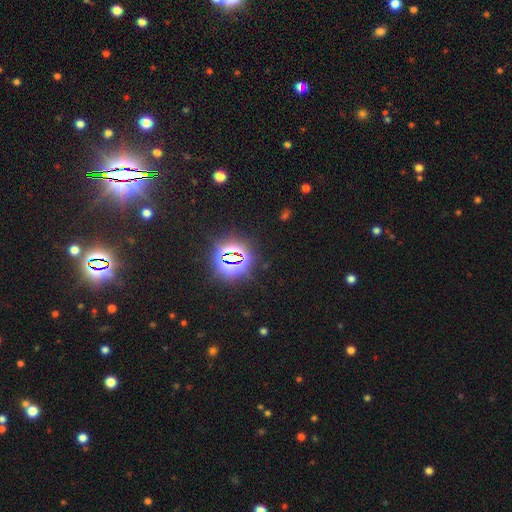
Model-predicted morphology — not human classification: Smooth or featured? star or artifact (81%)